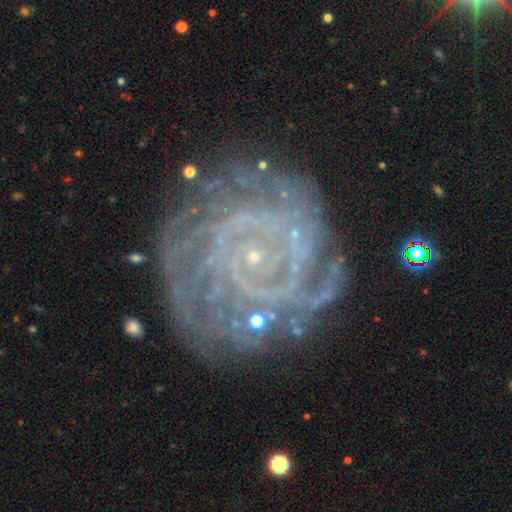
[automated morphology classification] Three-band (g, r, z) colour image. It shows a featured or disk galaxy (86%) with no bar (68%), tight (81%) spiral arms (97%) and a small central bulge (86%). Merging: none (71%).